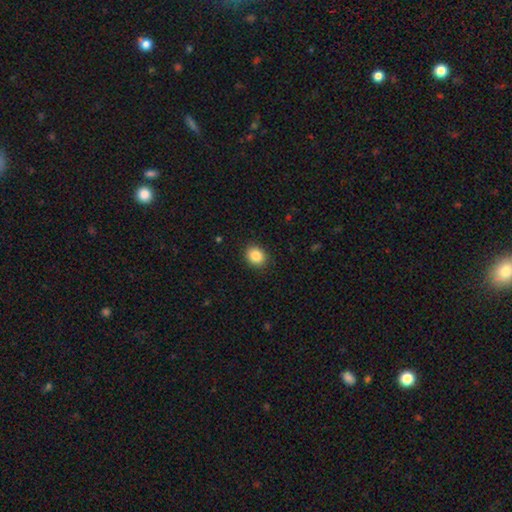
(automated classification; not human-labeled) smooth-or-featured: smooth: 86% | star or artifact: 9% | featured or disk: 5%
  how-rounded: round: 60% | in between: 39% | cigar-shaped: 1%
  merging: none: 90% | minor disturbance: 7% | major disturbance: 2% | merger: 1%